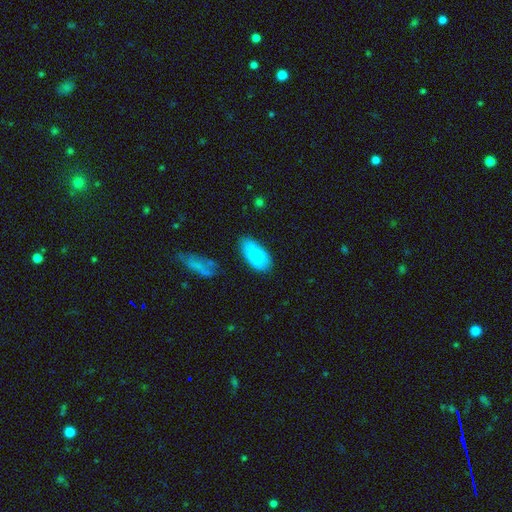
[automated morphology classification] Smooth or featured? Predicted: smooth (p=0.84). How rounded? Predicted: in between (p=0.92). Merging? Predicted: none (p=0.62).